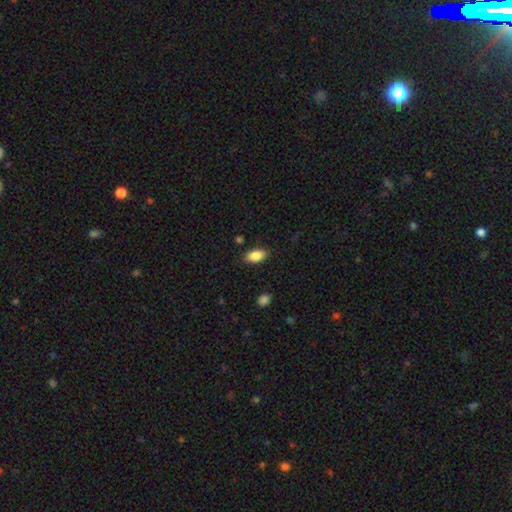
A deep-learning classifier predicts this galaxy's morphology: smooth-or-featured: smooth: 86% | star or artifact: 7% | featured or disk: 6%
  how-rounded: in between: 91% | cigar-shaped: 5% | round: 3%
  merging: none: 86% | minor disturbance: 10% | major disturbance: 3% | merger: 1%